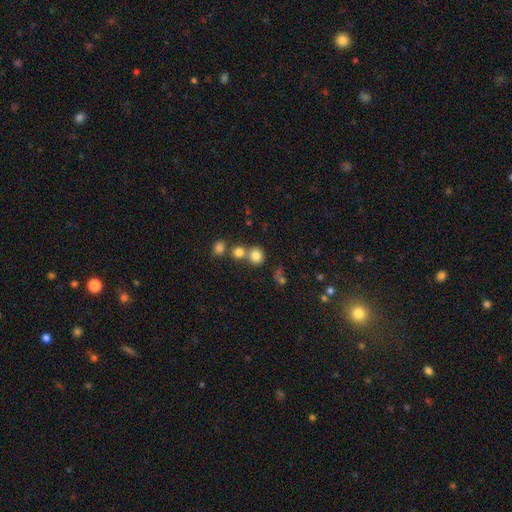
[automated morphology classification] The model was most divided on "merging": none: 56%, merger: 32%, minor disturbance: 8%, major disturbance: 4%. More confident: how rounded — round (84%); smooth or featured — smooth (79%).